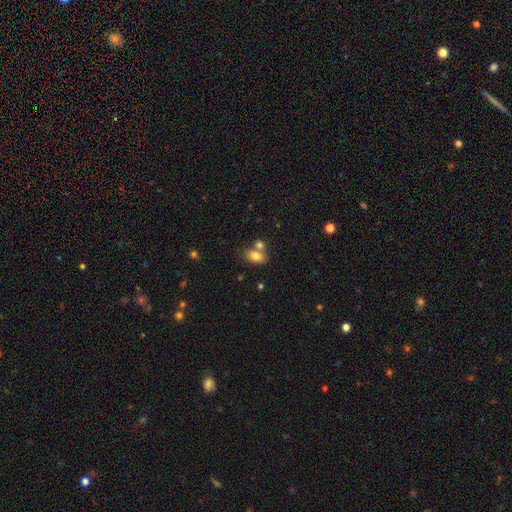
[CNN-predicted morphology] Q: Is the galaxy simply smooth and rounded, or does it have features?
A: smooth — 80%.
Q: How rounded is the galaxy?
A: in between — 86%.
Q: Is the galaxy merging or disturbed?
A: none — 48%.